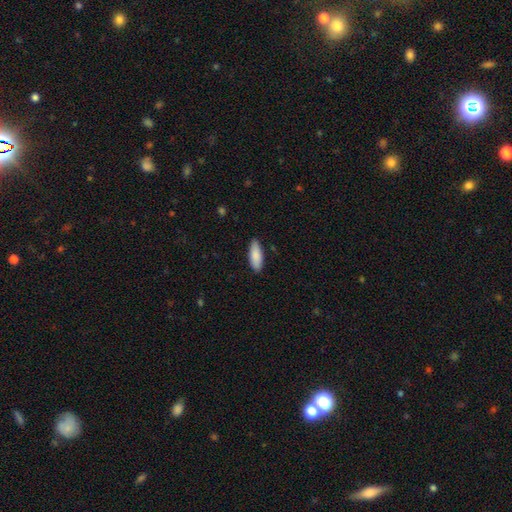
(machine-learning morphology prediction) smooth 87%, featured or disk 7%, star or artifact 6%. Down the decision tree: how rounded — in between (69%); merging — none (86%).